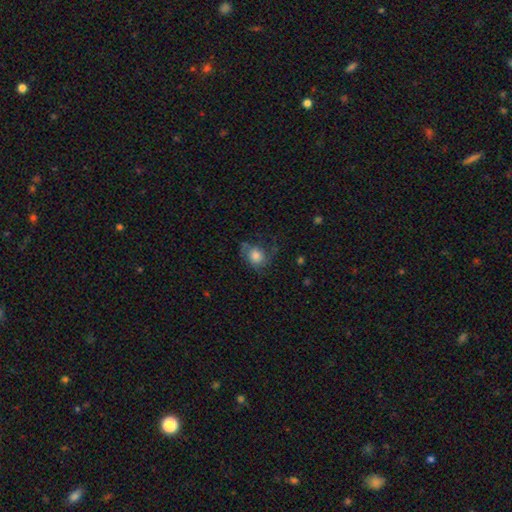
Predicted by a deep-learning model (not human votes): Smooth or featured? smooth (65%)
How rounded? round (65%)
Merging? none (50%)